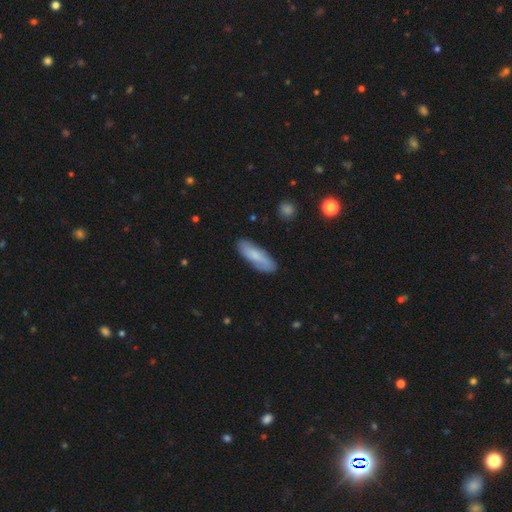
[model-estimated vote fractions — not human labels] Smooth or featured?
  - smooth: 67% *
  - featured or disk: 27%
  - star or artifact: 6%
How rounded?
  - in between: 54% *
  - cigar-shaped: 44%
  - round: 2%
Merging?
  - none: 81% *
  - minor disturbance: 14%
  - major disturbance: 3%
  - merger: 2%